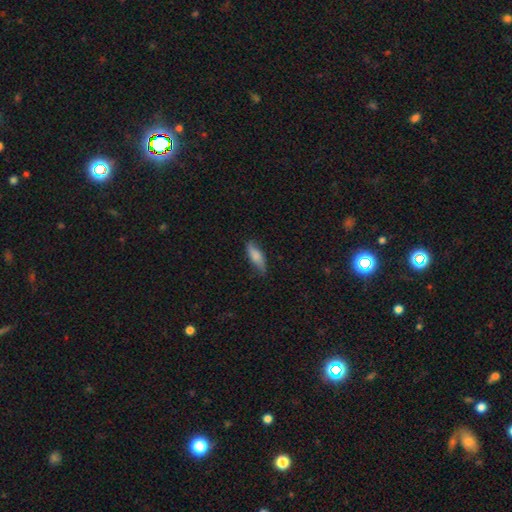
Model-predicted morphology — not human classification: The model was most divided on "how rounded": in between: 55%, cigar-shaped: 43%, round: 2%. More confident: smooth or featured — smooth (72%); merging — none (71%).